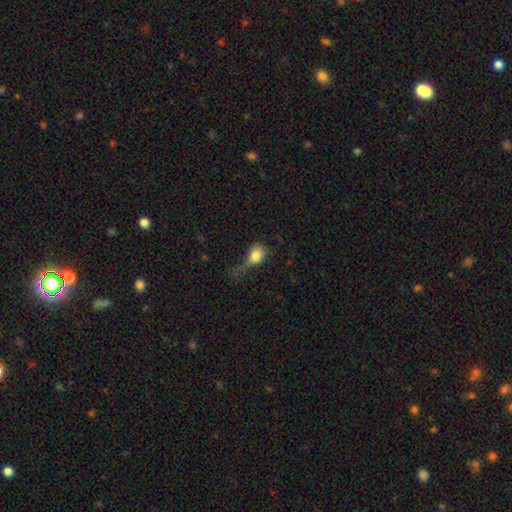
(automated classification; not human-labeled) Smooth or featured? Predicted: smooth (p=0.79). How rounded? Predicted: in between (p=0.62). Merging? Predicted: major disturbance (p=0.50).